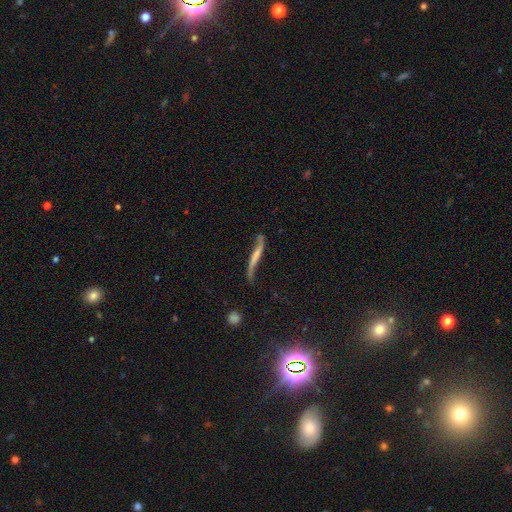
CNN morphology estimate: Smooth or featured?
  - featured or disk: 63% *
  - smooth: 30%
  - star or artifact: 7%
Edge-on disk?
  - yes: 52% *
  - no: 48%
Merging?
  - none: 48% *
  - minor disturbance: 28%
  - major disturbance: 18%
  - merger: 6%